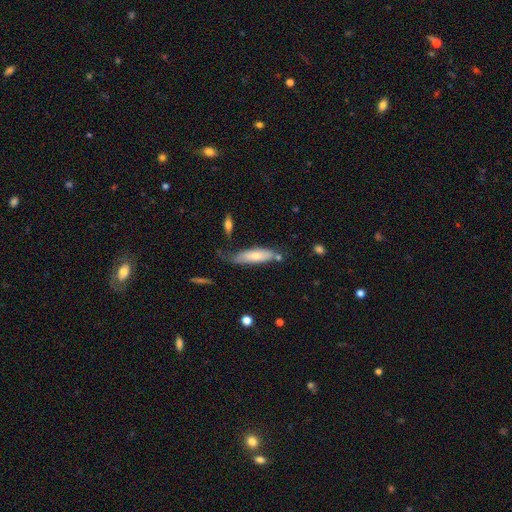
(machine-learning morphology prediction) This is likely a smooth galaxy (69%). How rounded: possibly cigar-shaped (56%). Merging: possibly none (51%).